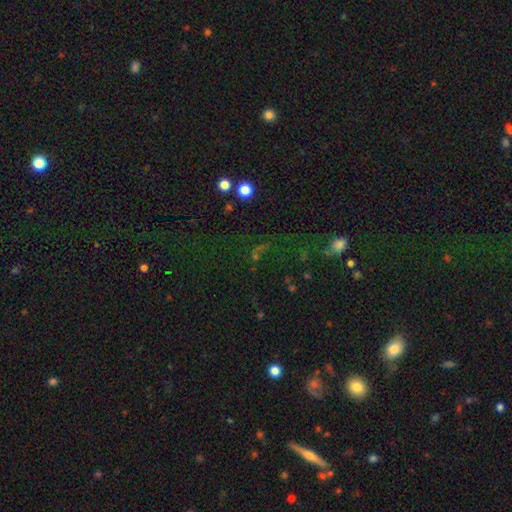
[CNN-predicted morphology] Smooth or featured? star or artifact (59%)